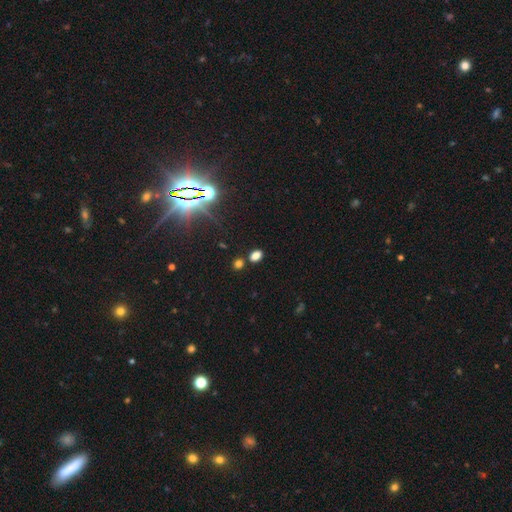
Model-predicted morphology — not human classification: This appears to be a smooth galaxy with no disk features (72%) that is in between round and cigar-shaped (79%). Merging: none (77%).